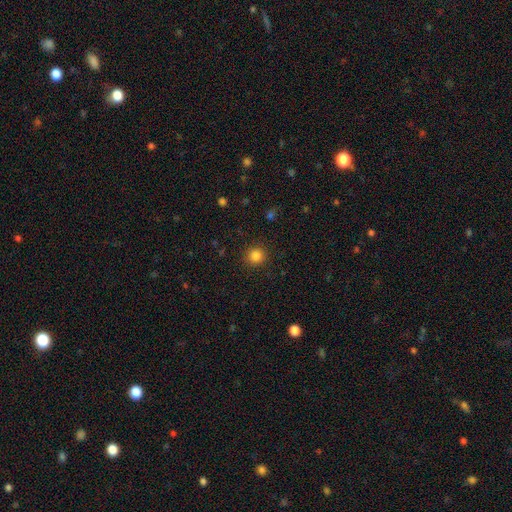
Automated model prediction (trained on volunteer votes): Smooth or featured: smooth — 84% (star or artifact — 12%)
How rounded: round — 92% (in between — 7%)
Merging: none — 91% (minor disturbance — 6%)